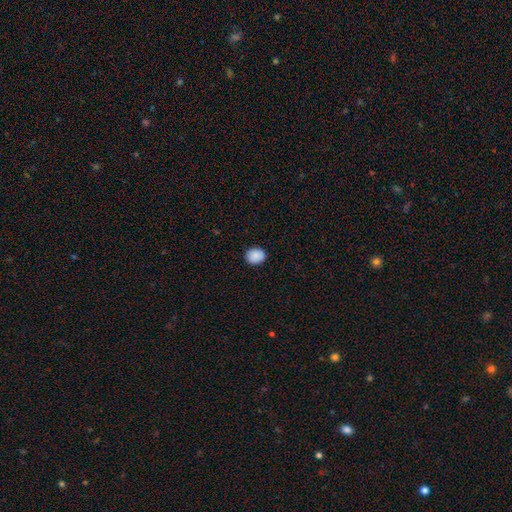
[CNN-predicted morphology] The model was most divided on "how rounded": round: 57%, in between: 42%, cigar-shaped: 1%. More confident: smooth or featured — smooth (89%); merging — none (89%).